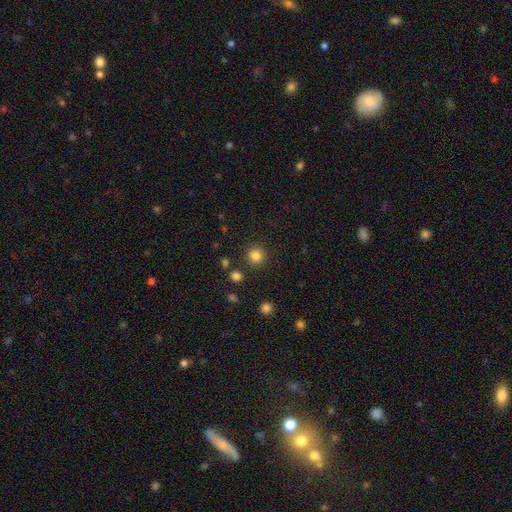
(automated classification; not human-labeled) Q: Smooth or featured?
A: smooth (84%); runner-up: star or artifact (12%)
Q: How rounded?
A: round (93%); runner-up: in between (6%)
Q: Merging?
A: none (88%); runner-up: minor disturbance (6%)